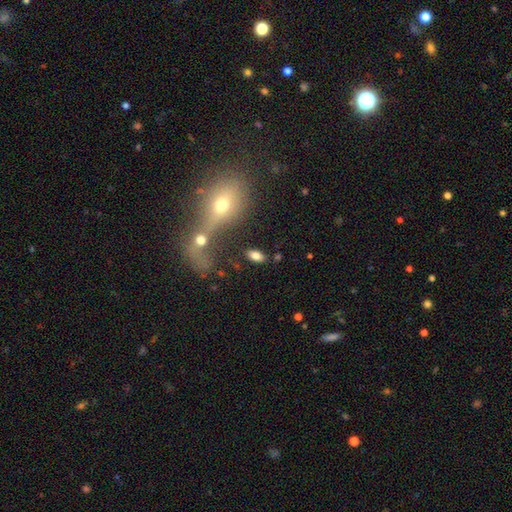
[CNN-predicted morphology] This appears to be a smooth galaxy with no disk features (79%) that is in between round and cigar-shaped (89%). Merging: none (78%).